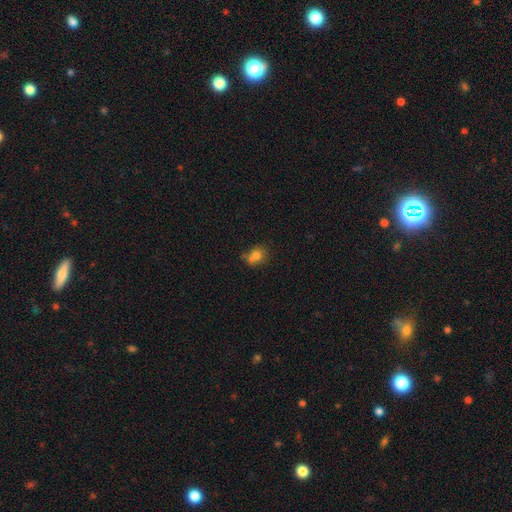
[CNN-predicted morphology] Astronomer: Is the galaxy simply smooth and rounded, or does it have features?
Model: smooth — 75%.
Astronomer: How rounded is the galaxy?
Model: round — 64%.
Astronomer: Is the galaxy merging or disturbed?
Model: none — 48% (runner-up: merger, 30%).